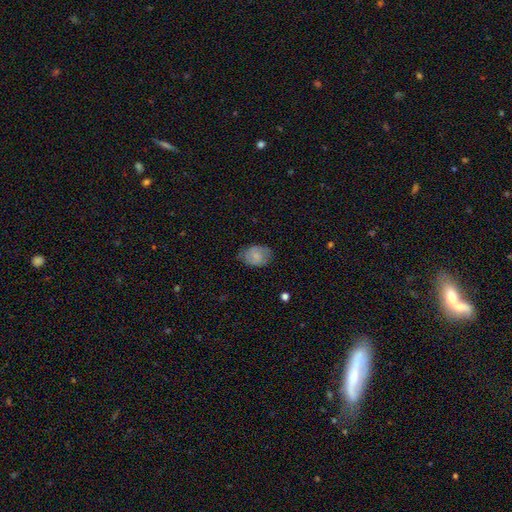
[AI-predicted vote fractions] A smooth galaxy with no disk features (73%) that is in between round and cigar-shaped (70%).

Vote fractions:
- Smooth or featured? smooth: 73% / featured or disk: 19% / star or artifact: 8%
- How rounded? in between: 70% / round: 29% / cigar-shaped: 1%
- Merging? none: 66% / minor disturbance: 26% / major disturbance: 7% / merger: 1%